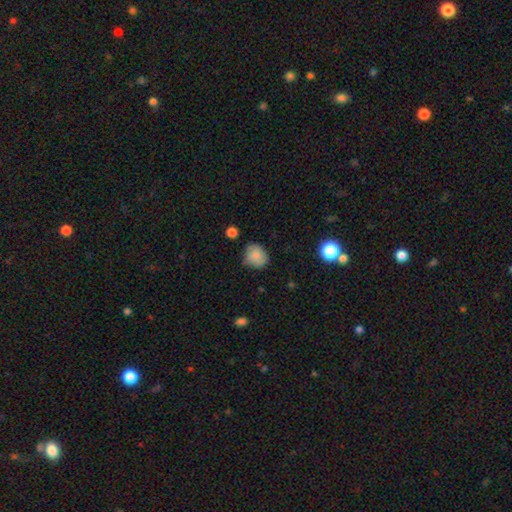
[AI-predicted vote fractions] Smooth or featured: smooth — 80% (featured or disk — 11%)
How rounded: round — 69% (in between — 30%)
Merging: none — 66% (minor disturbance — 26%)